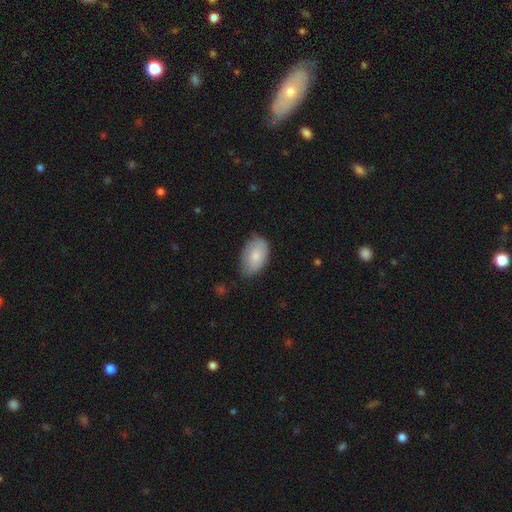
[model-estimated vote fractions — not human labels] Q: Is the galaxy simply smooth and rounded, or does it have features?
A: smooth — 80%.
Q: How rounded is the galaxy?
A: in between — 93%.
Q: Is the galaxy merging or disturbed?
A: none — 63%.